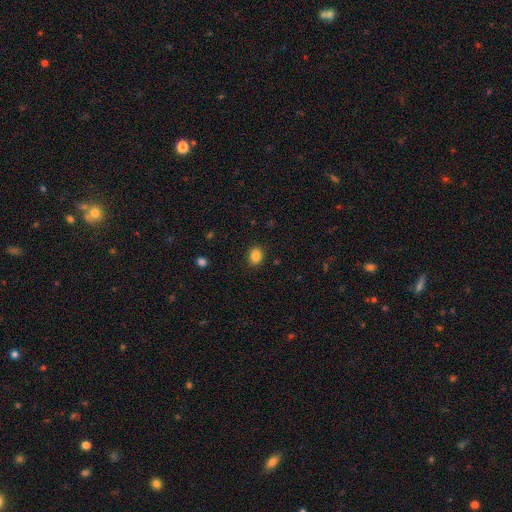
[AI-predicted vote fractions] A smooth galaxy with no disk features (86%) that is in between round and cigar-shaped (56%). Merging: none (89%).